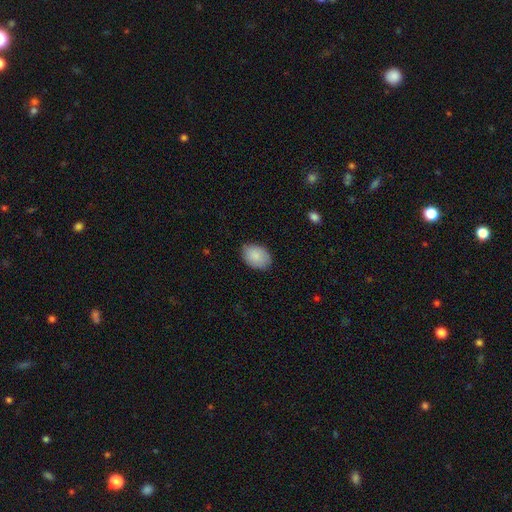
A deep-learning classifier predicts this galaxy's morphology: smooth_or_featured: smooth (p=0.88) [alt: star or artifact p=0.06]
how_rounded: in between (p=0.81) [alt: round p=0.18]
merging: none (p=0.82) [alt: minor disturbance p=0.15]